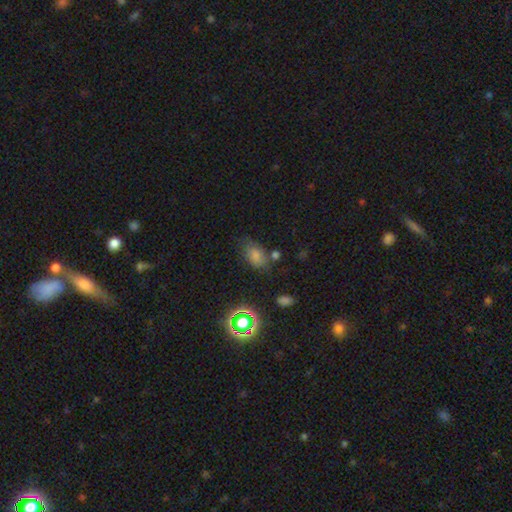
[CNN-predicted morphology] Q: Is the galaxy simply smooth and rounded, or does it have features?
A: smooth — 72%.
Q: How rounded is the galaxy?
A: in between — 85%.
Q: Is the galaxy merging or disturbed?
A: none — 59%.